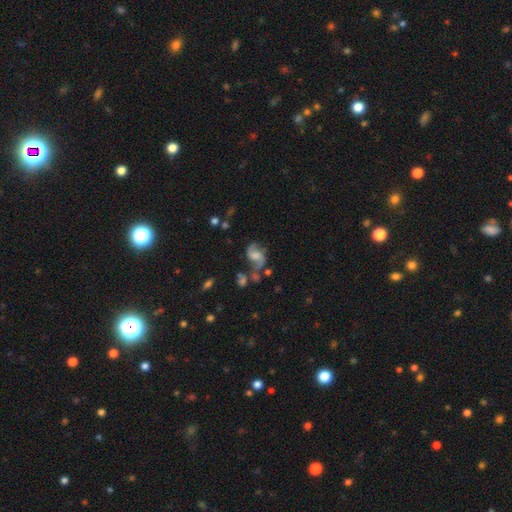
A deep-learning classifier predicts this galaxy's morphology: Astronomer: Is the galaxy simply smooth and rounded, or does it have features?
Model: featured or disk — 79%.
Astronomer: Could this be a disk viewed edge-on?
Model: no — 98%.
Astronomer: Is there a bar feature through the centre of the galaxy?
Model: no — 45% (runner-up: weak, 43%).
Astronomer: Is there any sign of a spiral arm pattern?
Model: yes — 94%.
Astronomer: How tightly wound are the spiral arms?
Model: loose — 50% (runner-up: medium, 41%).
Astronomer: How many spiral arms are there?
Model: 2 — 90%.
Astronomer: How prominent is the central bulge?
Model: moderate — 36% (runner-up: none, 21%).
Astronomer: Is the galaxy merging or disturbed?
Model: none — 52%.